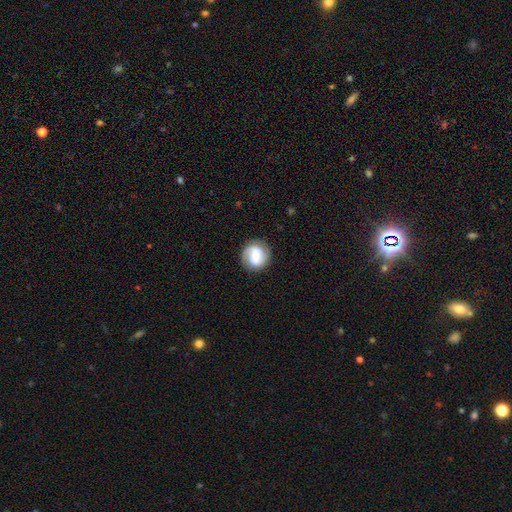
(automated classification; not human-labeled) Smooth or featured?
  - featured or disk: 59% *
  - smooth: 33%
  - star or artifact: 7%
Edge-on disk?
  - no: 98% *
  - yes: 2%
Bar?
  - weak: 45% *
  - no: 30%
  - strong: 24%
Spiral arms?
  - yes: 89% *
  - no: 11%
Spiral winding?
  - medium: 42% *
  - tight: 38%
  - loose: 20%
Spiral arm count?
  - 2: 82% *
  - can't tell: 8%
  - 1: 6%
  - 3: 3%
  - 4: 1%
  - more than 4: 1%
Bulge size?
  - small: 39% *
  - moderate: 37%
  - large: 13%
  - none: 8%
  - dominant: 3%
Merging?
  - none: 83% *
  - minor disturbance: 11%
  - major disturbance: 4%
  - merger: 1%